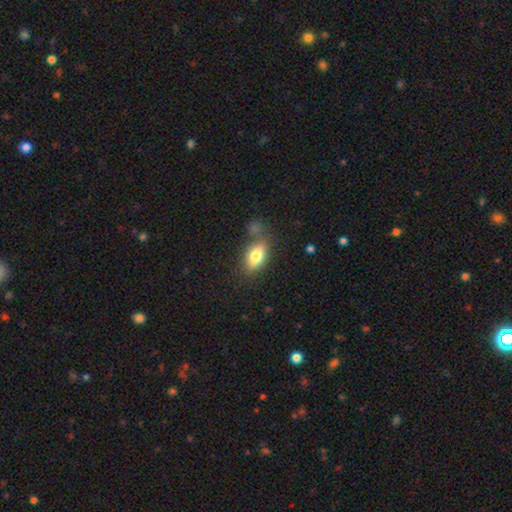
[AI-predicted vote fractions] The model was most divided on "merging": none: 66%, minor disturbance: 17%, merger: 11%, major disturbance: 6%. More confident: how rounded — in between (85%); smooth or featured — smooth (78%).